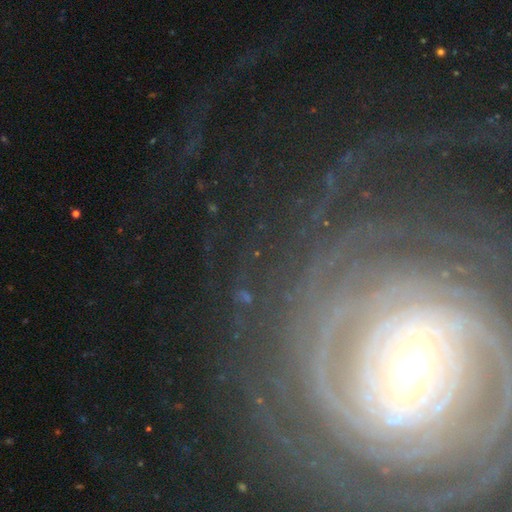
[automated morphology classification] smooth_or_featured: featured or disk (p=0.73) [alt: star or artifact p=0.16]
disk_edge_on: no (p=0.93) [alt: yes p=0.07]
bar: no (p=0.49) [alt: weak p=0.27]
has_spiral_arms: yes (p=0.88) [alt: no p=0.12]
spiral_winding: tight (p=0.78) [alt: medium p=0.16]
spiral_arm_count: can't tell (p=0.30) [alt: more than 4 p=0.16]
bulge_size: small (p=0.44) [alt: moderate p=0.43]
merging: none (p=0.76) [alt: minor disturbance p=0.12]